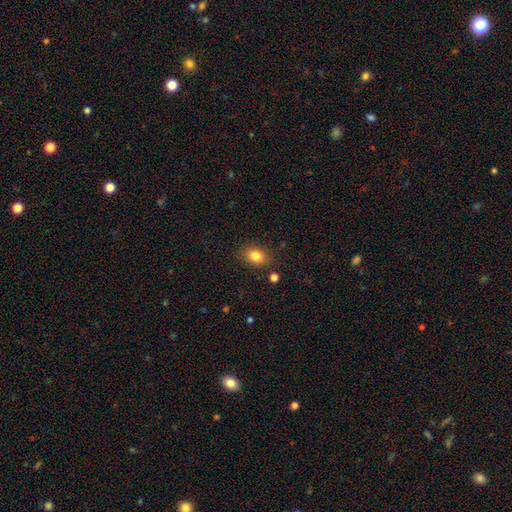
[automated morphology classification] Smooth or featured: smooth — 83% (star or artifact — 10%)
How rounded: in between — 63% (round — 36%)
Merging: none — 84% (minor disturbance — 11%)